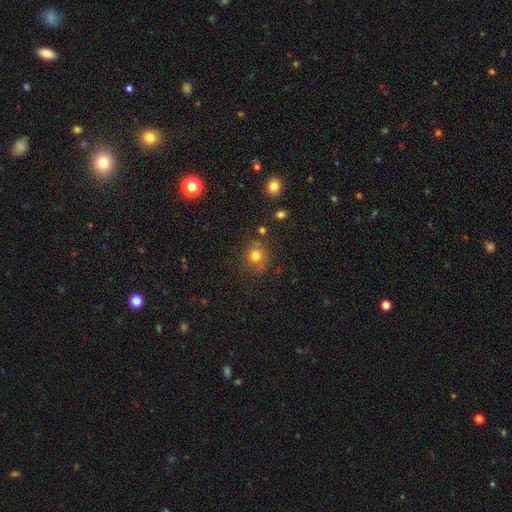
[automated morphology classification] smooth_or_featured: smooth (p=0.77) [alt: star or artifact p=0.13]
how_rounded: round (p=0.77) [alt: in between p=0.22]
merging: none (p=0.72) [alt: minor disturbance p=0.18]